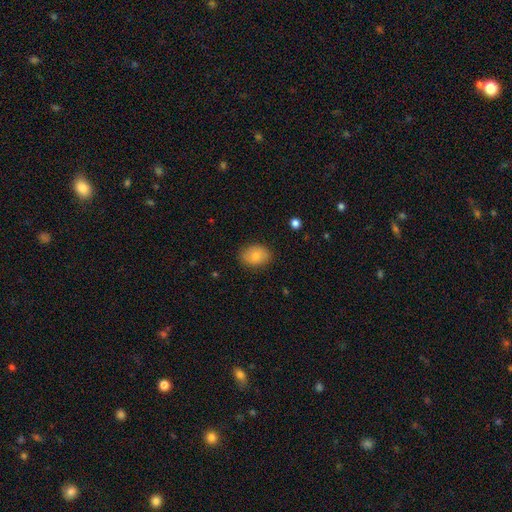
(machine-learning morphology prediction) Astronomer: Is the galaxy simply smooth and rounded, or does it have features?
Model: smooth — 80%.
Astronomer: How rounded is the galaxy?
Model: in between — 72%.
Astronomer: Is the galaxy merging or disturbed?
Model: none — 85%.